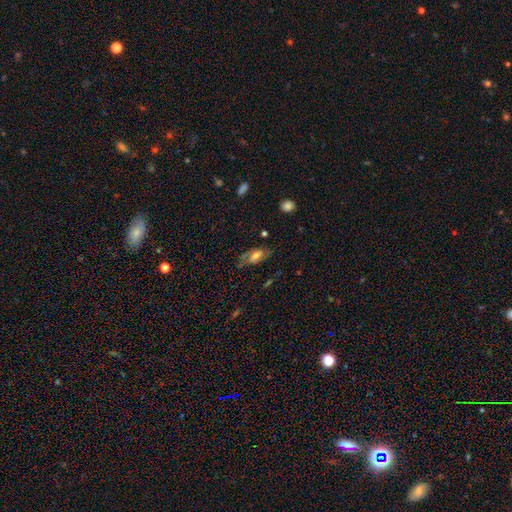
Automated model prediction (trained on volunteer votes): smooth_or_featured: smooth (p=0.48) [alt: featured or disk p=0.42]
merging: none (p=0.62) [alt: minor disturbance p=0.24]